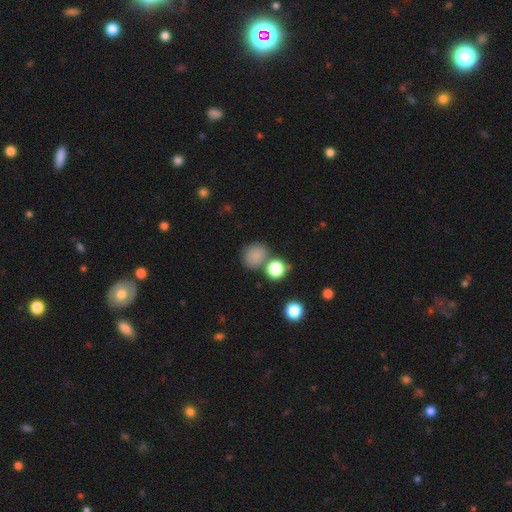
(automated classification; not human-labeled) A smooth galaxy with no disk features (81%) that is round (71%).

Vote fractions:
- Smooth or featured? smooth: 81% / star or artifact: 13% / featured or disk: 6%
- How rounded? round: 71% / in between: 28% / cigar-shaped: 1%
- Merging? none: 66% / merger: 15% / minor disturbance: 14% / major disturbance: 5%